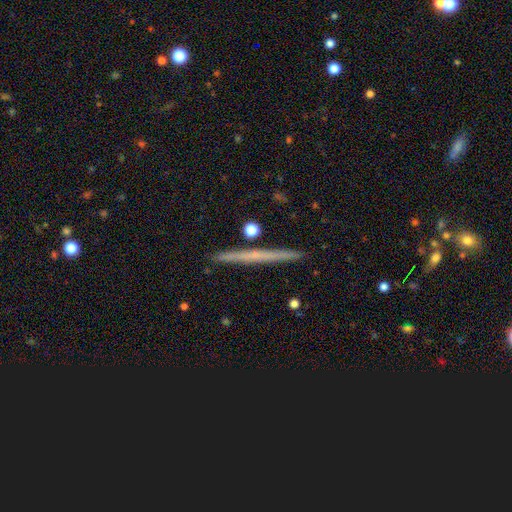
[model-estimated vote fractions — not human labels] A featured or disk galaxy (50%) viewed edge-on (97%).

Vote fractions:
- Smooth or featured? featured or disk: 50% / smooth: 42% / star or artifact: 8%
- Edge-on disk? yes: 97% / no: 3%
- Merging? none: 92% / minor disturbance: 5% / merger: 2% / major disturbance: 1%